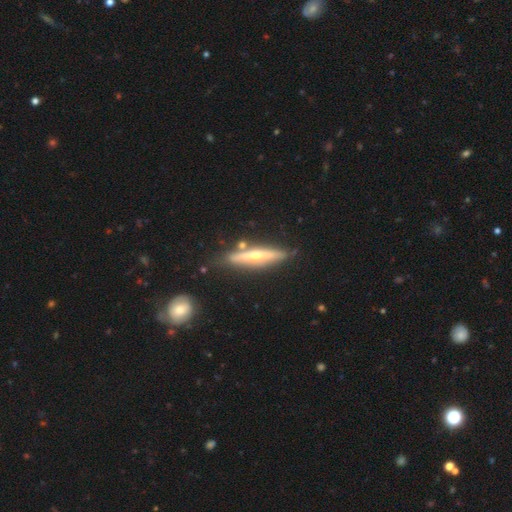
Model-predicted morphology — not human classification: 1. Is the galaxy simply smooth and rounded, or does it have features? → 72% featured or disk, 22% smooth, 6% star or artifact.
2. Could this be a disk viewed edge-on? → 94% yes, 6% no.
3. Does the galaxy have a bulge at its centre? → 88% rounded, 9% none, 3% boxy.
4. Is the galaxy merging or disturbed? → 80% none, 12% minor disturbance, 5% merger, 3% major disturbance.